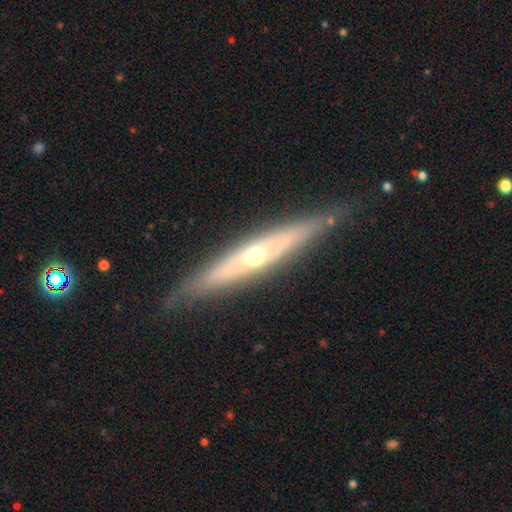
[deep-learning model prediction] Smooth or featured? featured or disk (68%)
Edge-on disk? yes (83%)
Edge-on bulge? rounded (81%)
Merging? none (81%)